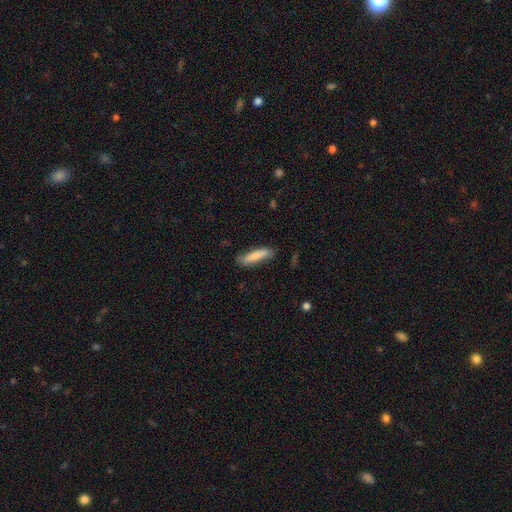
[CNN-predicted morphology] Smooth or featured: smooth — 82% (featured or disk — 12%)
How rounded: cigar-shaped — 78% (in between — 21%)
Merging: none — 81% (minor disturbance — 14%)